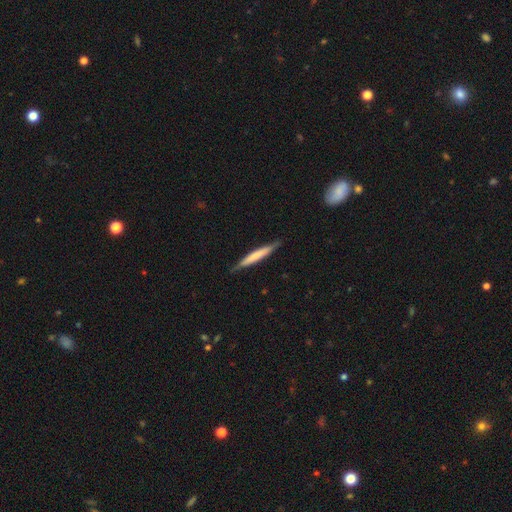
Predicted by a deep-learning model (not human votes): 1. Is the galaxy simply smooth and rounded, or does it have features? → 58% smooth, 37% featured or disk, 5% star or artifact.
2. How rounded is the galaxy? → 95% cigar-shaped, 4% in between, 1% round.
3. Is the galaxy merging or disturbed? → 84% none, 13% minor disturbance, 2% major disturbance, 1% merger.